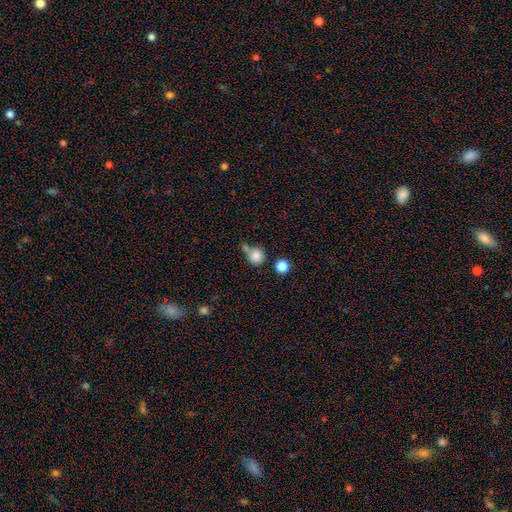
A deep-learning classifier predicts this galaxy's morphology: smooth-or-featured: smooth: 83% | star or artifact: 10% | featured or disk: 7%
  how-rounded: round: 89% | in between: 10% | cigar-shaped: 1%
  merging: none: 50% | merger: 27% | minor disturbance: 15% | major disturbance: 7%